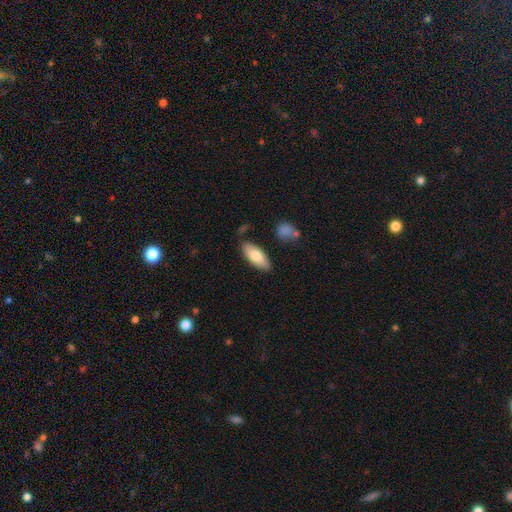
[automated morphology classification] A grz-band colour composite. It shows a smooth galaxy with no disk features (77%) that is in between round and cigar-shaped (80%). Merging: none (82%).